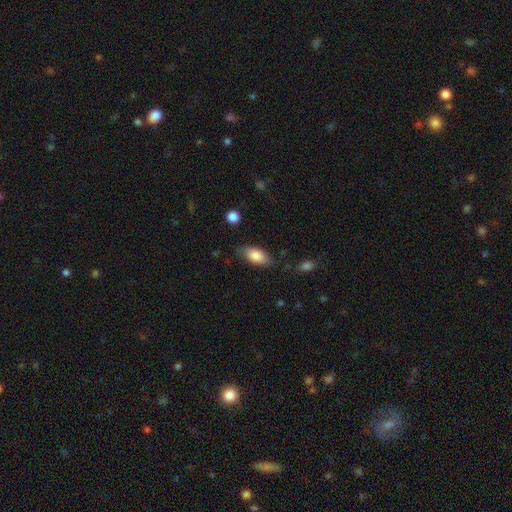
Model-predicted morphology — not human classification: This appears to be a smooth galaxy with no disk features (83%) that is in between round and cigar-shaped (88%). Merging: none (75%).